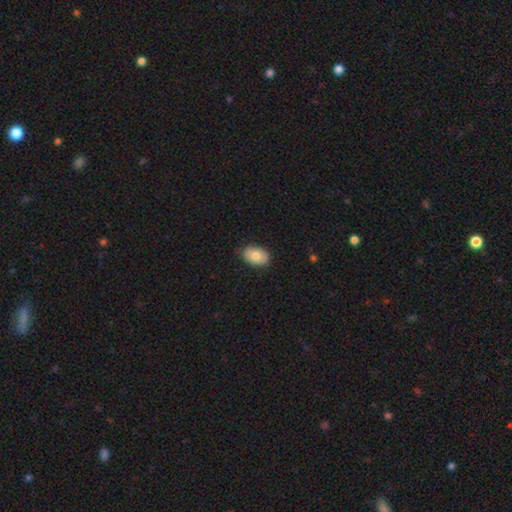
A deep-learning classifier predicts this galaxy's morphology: This appears to be a smooth galaxy with no disk features (78%) that is in between round and cigar-shaped (85%). Merging: none (82%).